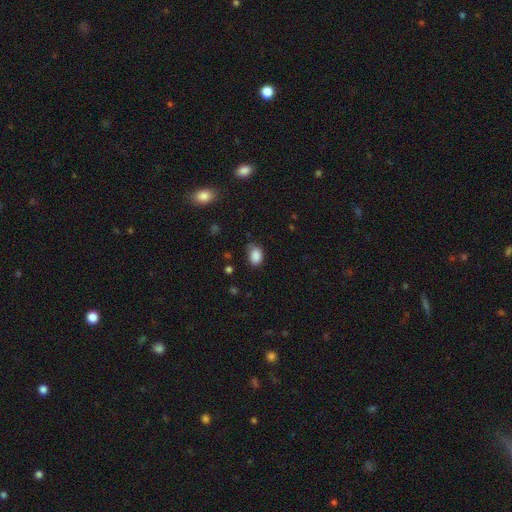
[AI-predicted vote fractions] This appears to be a smooth galaxy with no disk features (87%) that is in between round and cigar-shaped (78%). Merging: none (66%).